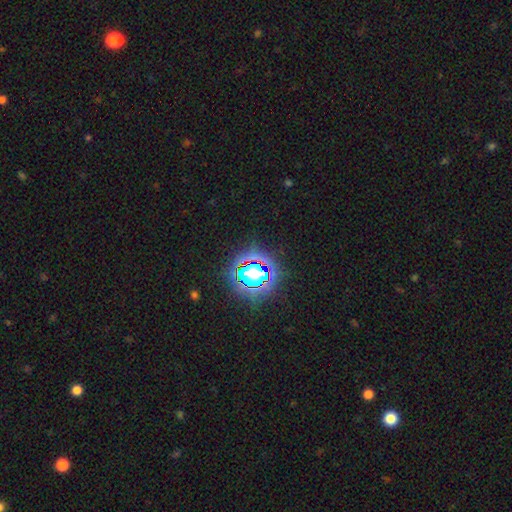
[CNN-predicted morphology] This is likely a star or artifact rather than a galaxy (80%).